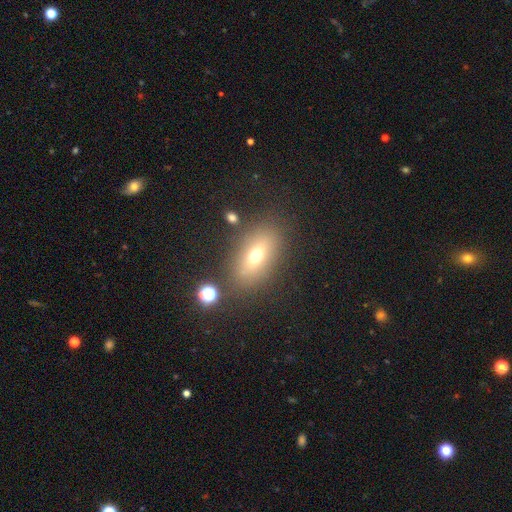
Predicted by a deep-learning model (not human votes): smooth 62%, featured or disk 25%, star or artifact 13%. Down the decision tree: how rounded — in between (80%); merging — none (79%).